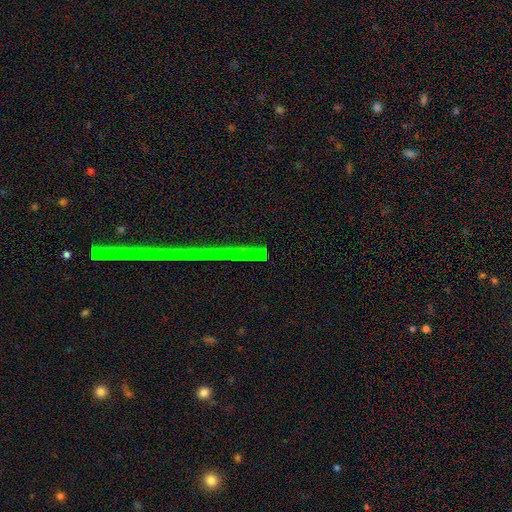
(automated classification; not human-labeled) Q: Smooth or featured?
A: star or artifact (67%); runner-up: smooth (18%)